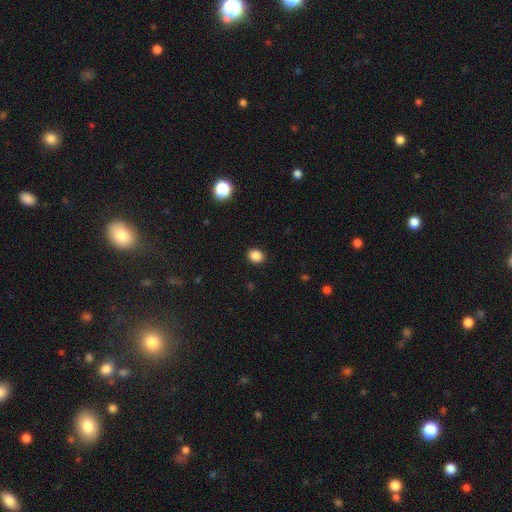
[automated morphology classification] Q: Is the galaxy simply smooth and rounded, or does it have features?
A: smooth — 86%.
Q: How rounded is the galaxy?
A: round — 62%.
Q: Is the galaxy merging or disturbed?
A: none — 90%.